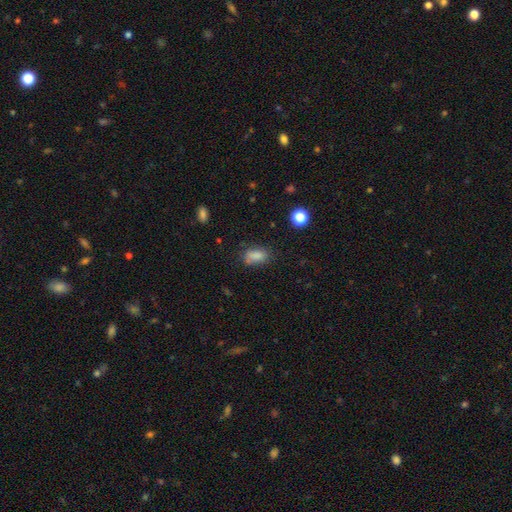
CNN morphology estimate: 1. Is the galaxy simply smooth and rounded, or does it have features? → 83% smooth, 11% star or artifact, 6% featured or disk.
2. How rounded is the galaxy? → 87% in between, 9% round, 4% cigar-shaped.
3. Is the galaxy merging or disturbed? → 69% none, 21% minor disturbance, 6% major disturbance, 4% merger.